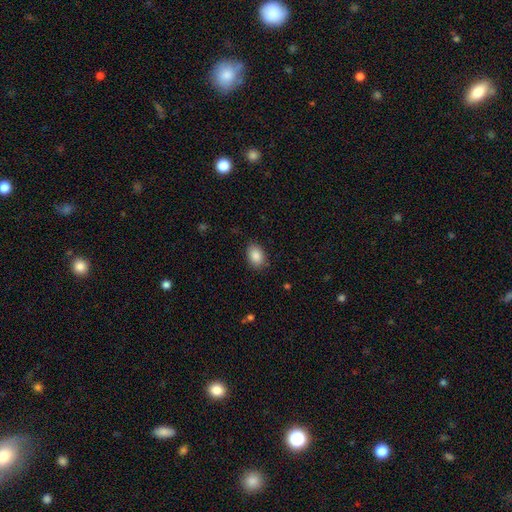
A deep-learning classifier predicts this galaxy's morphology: The model was most divided on "how rounded": in between: 83%, round: 16%, cigar-shaped: 1%. More confident: smooth or featured — smooth (88%); merging — none (84%).